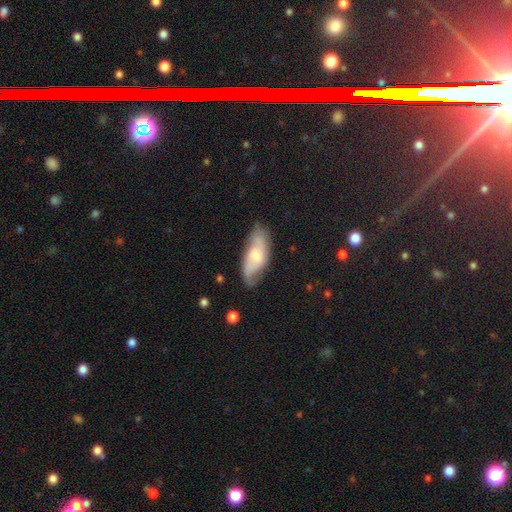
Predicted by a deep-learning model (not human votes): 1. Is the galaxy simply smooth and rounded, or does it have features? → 49% featured or disk, 45% smooth, 6% star or artifact.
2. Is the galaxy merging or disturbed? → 63% none, 27% minor disturbance, 8% major disturbance, 2% merger.